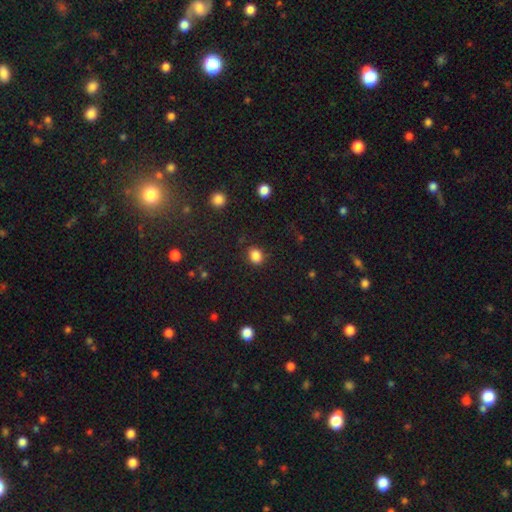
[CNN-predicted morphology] This is clearly a smooth galaxy (85%). How rounded: possibly round (55%). Merging: clearly none (83%).